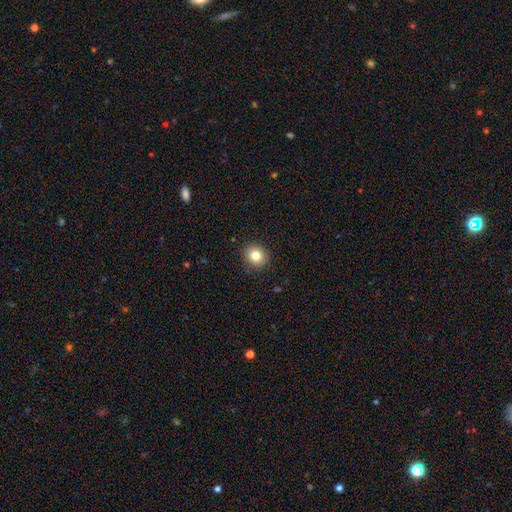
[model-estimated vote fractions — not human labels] Smooth or featured?
  - smooth: 82% *
  - star or artifact: 11%
  - featured or disk: 7%
How rounded?
  - round: 82% *
  - in between: 17%
  - cigar-shaped: 1%
Merging?
  - none: 90% *
  - minor disturbance: 7%
  - major disturbance: 2%
  - merger: 1%